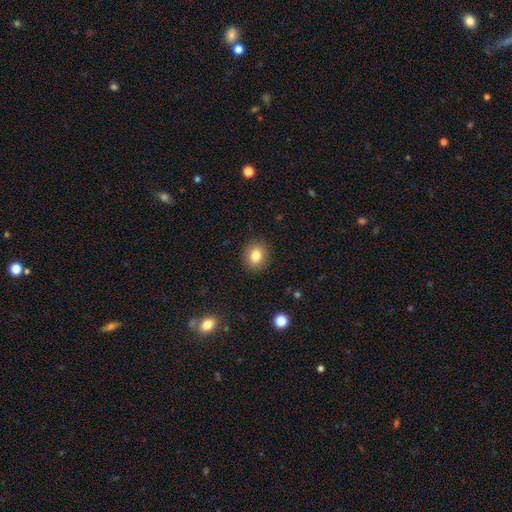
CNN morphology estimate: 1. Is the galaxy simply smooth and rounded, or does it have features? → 82% smooth, 10% star or artifact, 7% featured or disk.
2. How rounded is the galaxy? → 69% round, 30% in between, 1% cigar-shaped.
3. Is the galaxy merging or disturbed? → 90% none, 7% minor disturbance, 2% major disturbance, 1% merger.